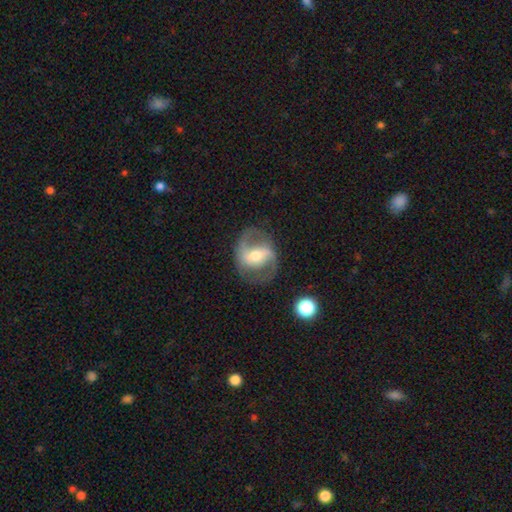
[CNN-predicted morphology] This appears to be a featured or disk galaxy (83%) with a weak bar (40%), 2 (90%) medium (52%) spiral arms (91%) and a moderate central bulge (63%). Merging: none (76%).